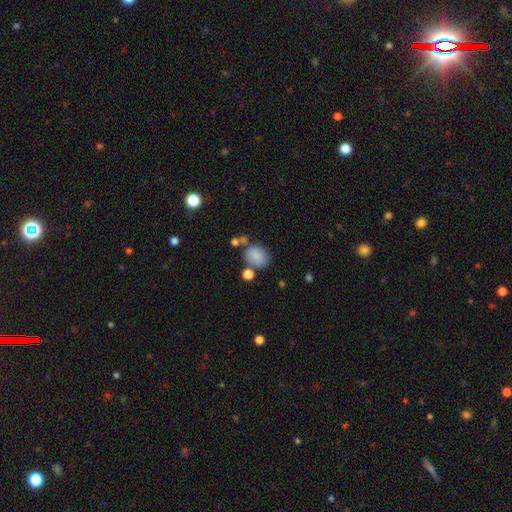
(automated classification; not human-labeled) This is clearly a smooth galaxy (82%). How rounded: possibly in between (51%). Merging: possibly none (60%).